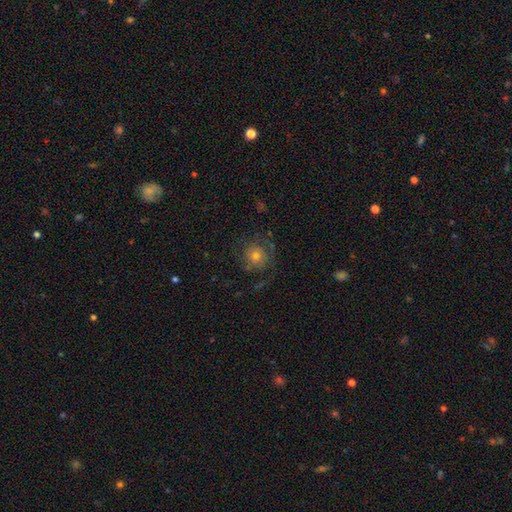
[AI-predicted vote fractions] A featured or disk galaxy (44%). Merging: none (70%).